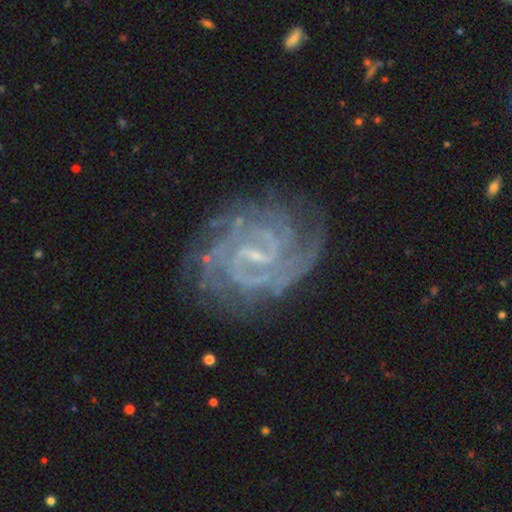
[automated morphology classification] Smooth or featured: featured or disk — 90% (star or artifact — 6%)
Edge-on disk: no — 98% (yes — 2%)
Bar: weak — 52% (strong — 29%)
Spiral arms: yes — 98% (no — 2%)
Spiral winding: tight — 70% (medium — 26%)
Spiral arm count: 2 — 34% (can't tell — 21%)
Bulge size: small — 71% (none — 15%)
Merging: none — 78% (minor disturbance — 15%)